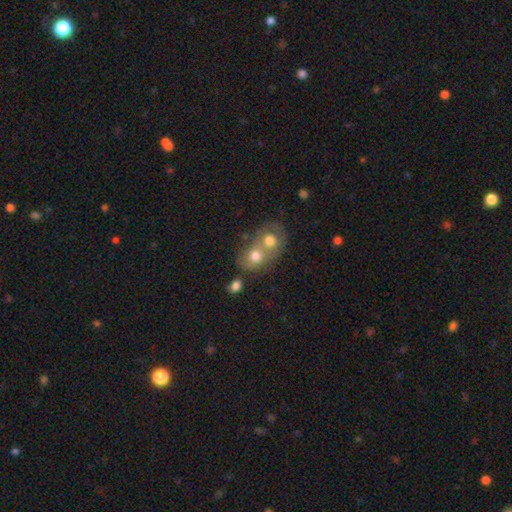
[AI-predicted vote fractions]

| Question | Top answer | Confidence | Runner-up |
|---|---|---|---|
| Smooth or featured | smooth | 68% | featured or disk (22%) |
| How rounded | round | 63% | in between (36%) |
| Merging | merger | 69% | none (22%) |